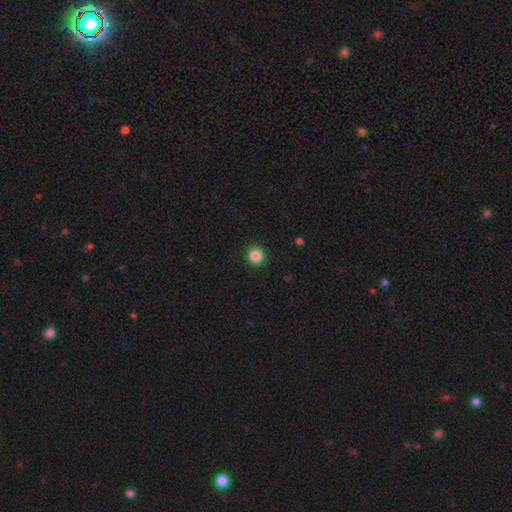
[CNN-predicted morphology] A smooth galaxy with no disk features (86%) that is round (87%). Merging: none (91%).